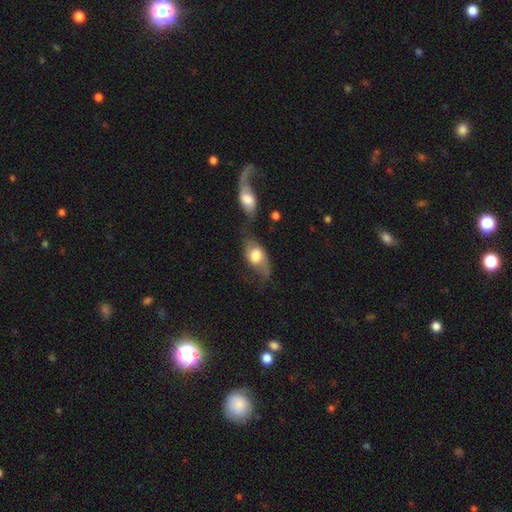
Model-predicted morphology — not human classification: Smooth or featured: smooth — 58% (featured or disk — 35%)
How rounded: in between — 86% (round — 10%)
Merging: none — 34% (merger — 27%)